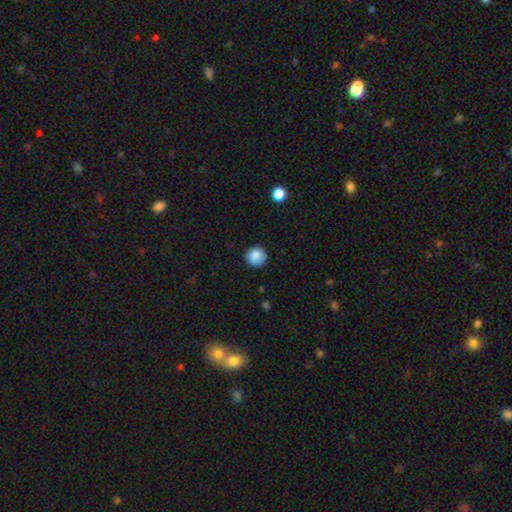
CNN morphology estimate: Smooth or featured: smooth — 87% (star or artifact — 9%)
How rounded: round — 93% (in between — 6%)
Merging: none — 87% (minor disturbance — 10%)